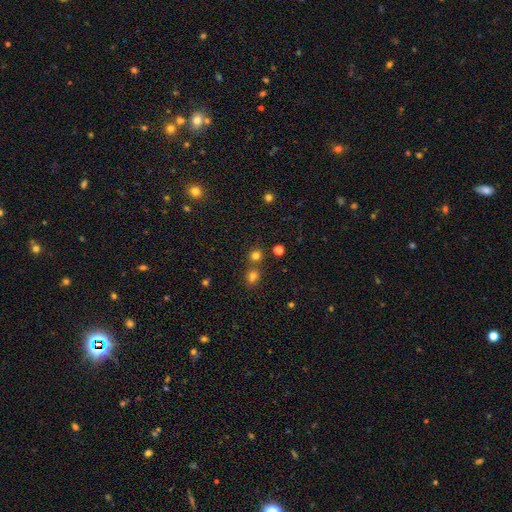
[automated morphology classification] This appears to be a smooth galaxy with no disk features (73%) that is round (84%). Merging: none (67%).